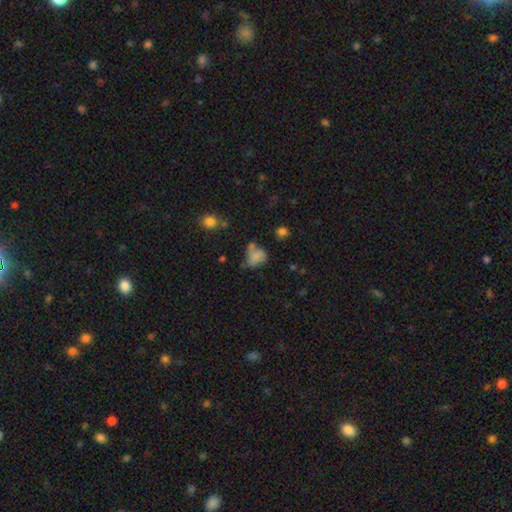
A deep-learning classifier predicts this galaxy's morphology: Overall: smooth (70%). How rounded: in between (60%; round 38%). Merging: none (36%; minor disturbance 27%).